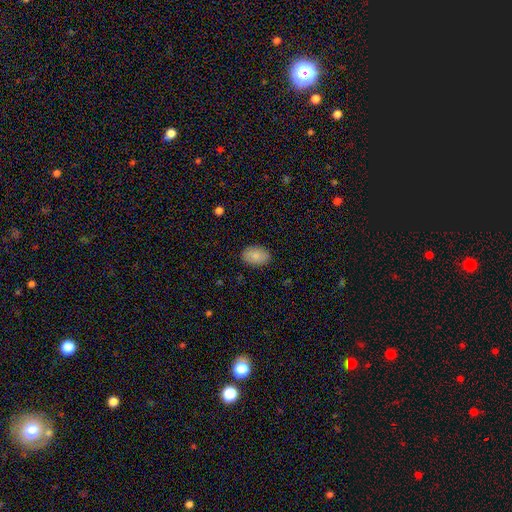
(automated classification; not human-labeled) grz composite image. It shows a smooth galaxy with no disk features (86%) that is in between round and cigar-shaped (87%). Merging: none (88%).